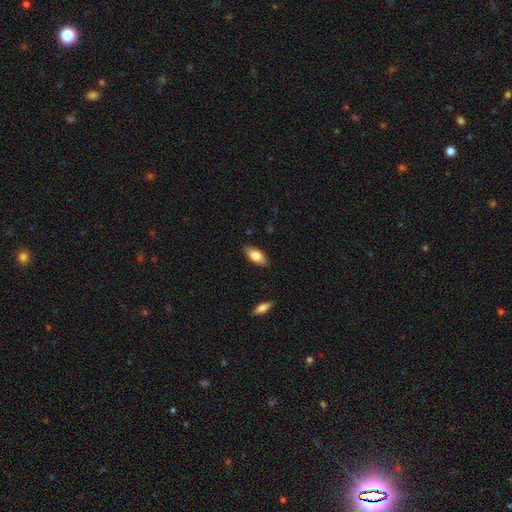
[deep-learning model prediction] Smooth or featured? smooth (75%)
How rounded? in between (86%)
Merging? none (86%)